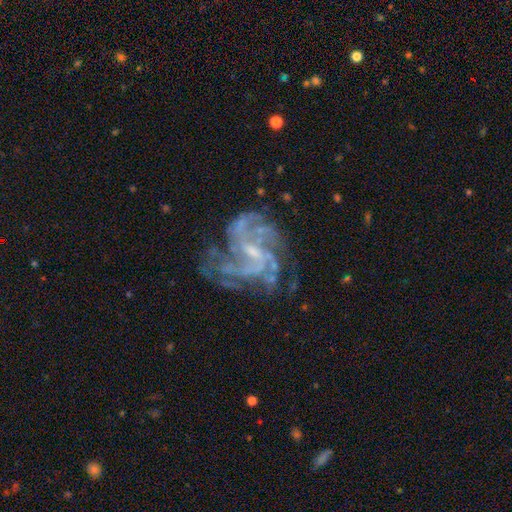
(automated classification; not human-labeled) Smooth or featured? Predicted: featured or disk (p=0.85). Edge-on disk? Predicted: no (p=0.98). Bar? Predicted: weak (p=0.51). Spiral arms? Predicted: yes (p=0.95). Spiral winding? Predicted: medium (p=0.48). Spiral arm count? Predicted: 4 (p=0.26). Bulge size? Predicted: small (p=0.63). Merging? Predicted: none (p=0.63).